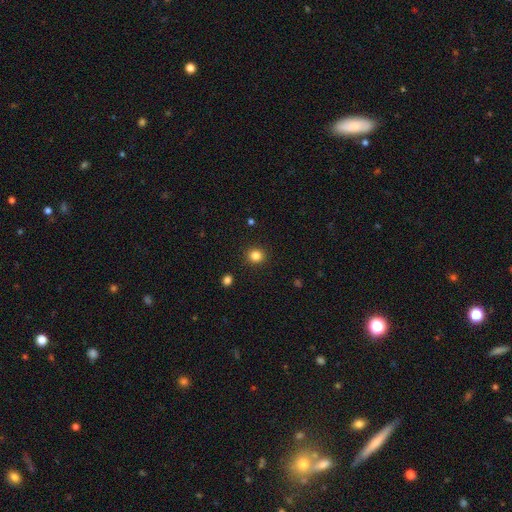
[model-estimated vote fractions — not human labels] Smooth or featured? Predicted: smooth (p=0.84). How rounded? Predicted: round (p=0.87). Merging? Predicted: none (p=0.91).